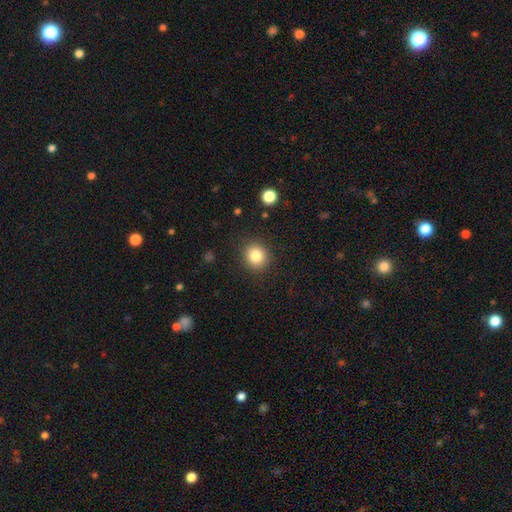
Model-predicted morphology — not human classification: This appears to be a smooth galaxy with no disk features (83%) that is round (87%). Merging: none (89%).